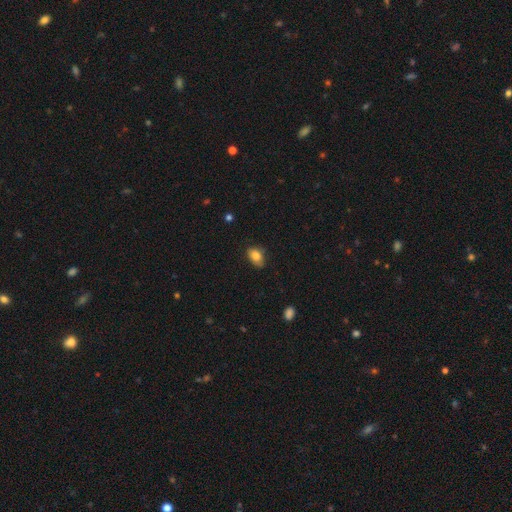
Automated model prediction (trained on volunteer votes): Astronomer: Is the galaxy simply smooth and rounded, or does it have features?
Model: smooth — 83%.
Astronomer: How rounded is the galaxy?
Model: in between — 85%.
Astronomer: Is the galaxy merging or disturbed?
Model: none — 73%.